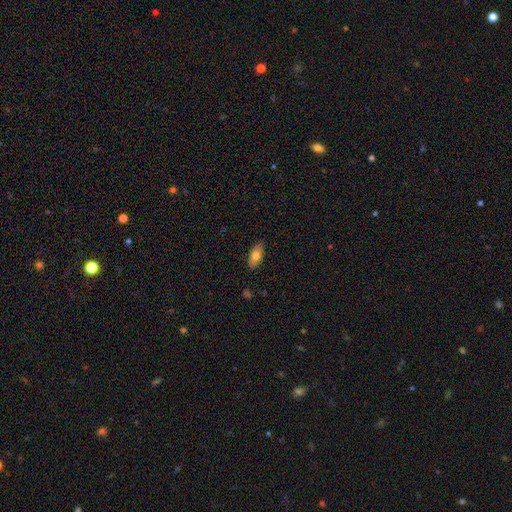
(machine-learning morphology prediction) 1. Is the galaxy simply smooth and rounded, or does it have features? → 74% smooth, 19% featured or disk, 7% star or artifact.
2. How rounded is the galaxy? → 86% in between, 11% cigar-shaped, 3% round.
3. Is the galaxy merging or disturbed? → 87% none, 10% minor disturbance, 2% major disturbance, 1% merger.